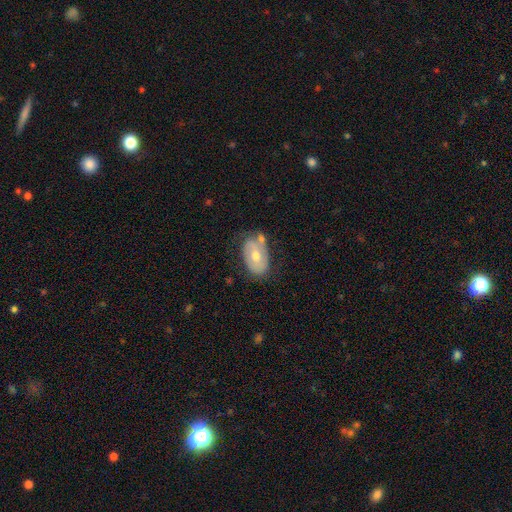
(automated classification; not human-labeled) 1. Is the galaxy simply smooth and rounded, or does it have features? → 54% featured or disk, 39% smooth, 7% star or artifact.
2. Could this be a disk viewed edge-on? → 93% no, 7% yes.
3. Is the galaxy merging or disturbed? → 58% none, 24% minor disturbance, 9% merger, 8% major disturbance.